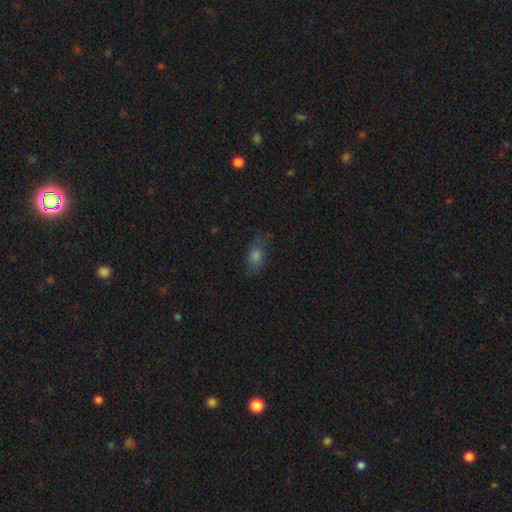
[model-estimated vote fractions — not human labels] smooth 64%, featured or disk 18%, star or artifact 18%. Down the decision tree: how rounded — in between (76%); merging — none (67%).